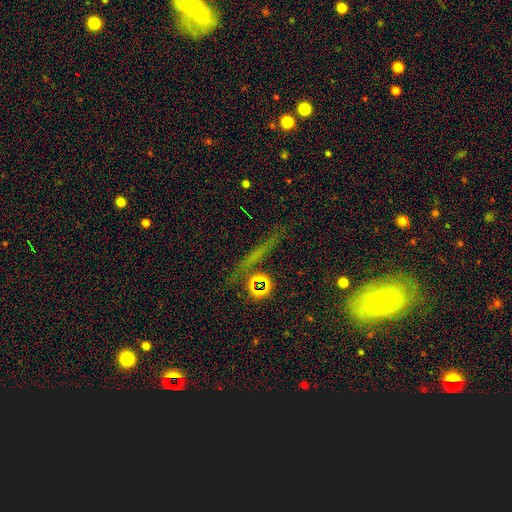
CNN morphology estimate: star or artifact 52%, featured or disk 25%, smooth 23%.